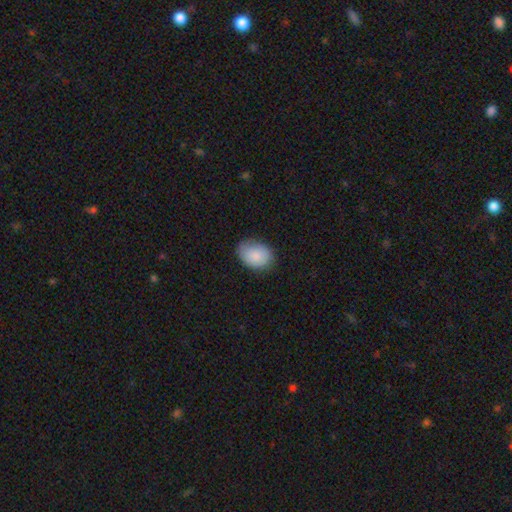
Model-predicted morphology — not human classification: smooth 85%, featured or disk 8%, star or artifact 7%. Down the decision tree: how rounded — in between (73%); merging — none (75%).